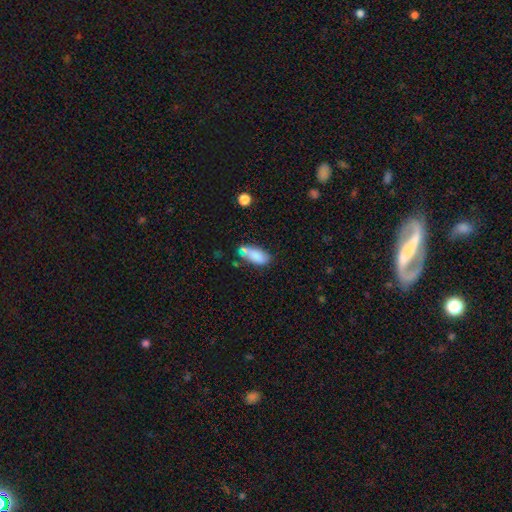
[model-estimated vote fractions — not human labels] smooth-or-featured: smooth: 81% | featured or disk: 11% | star or artifact: 8%
  how-rounded: in between: 87% | cigar-shaped: 11% | round: 3%
  merging: none: 58% | minor disturbance: 22% | merger: 14% | major disturbance: 6%